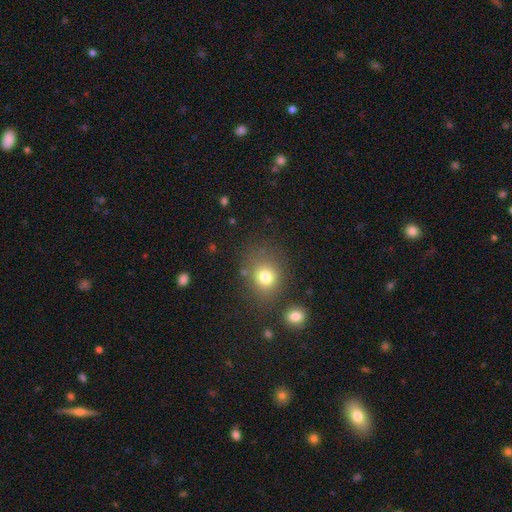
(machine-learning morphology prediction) smooth_or_featured: smooth (p=0.62) [alt: star or artifact p=0.29]
how_rounded: round (p=0.73) [alt: in between p=0.25]
merging: none (p=0.82) [alt: minor disturbance p=0.10]